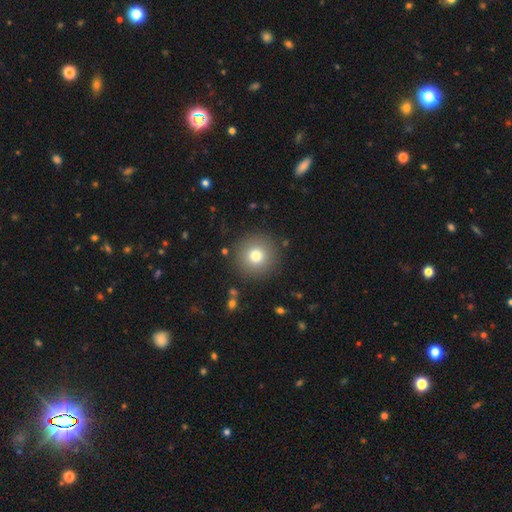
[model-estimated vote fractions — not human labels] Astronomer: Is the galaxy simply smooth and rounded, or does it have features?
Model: smooth — 77%.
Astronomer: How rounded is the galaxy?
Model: round — 96%.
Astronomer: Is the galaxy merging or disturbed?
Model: none — 89%.